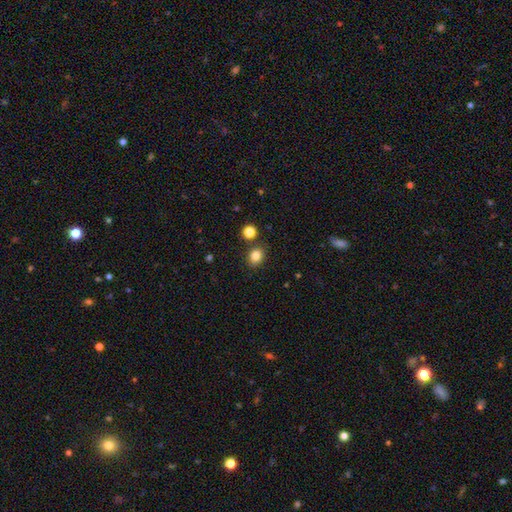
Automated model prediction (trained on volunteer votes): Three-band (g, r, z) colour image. It shows a smooth galaxy with no disk features (82%) that is round (57%). Merging: none (83%).